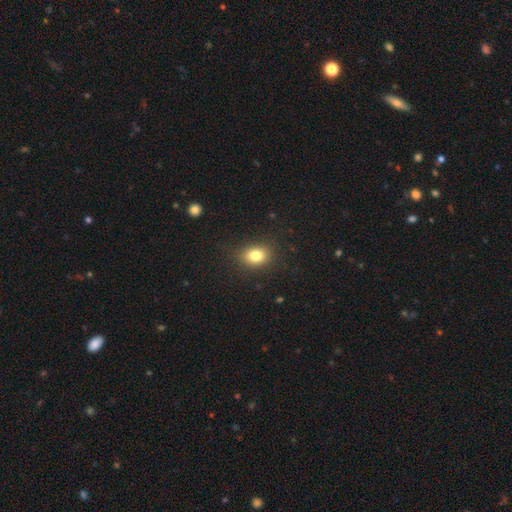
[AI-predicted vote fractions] Smooth or featured?
  - smooth: 81% *
  - star or artifact: 11%
  - featured or disk: 8%
How rounded?
  - in between: 57% *
  - round: 42%
  - cigar-shaped: 1%
Merging?
  - none: 85% *
  - minor disturbance: 10%
  - major disturbance: 4%
  - merger: 1%